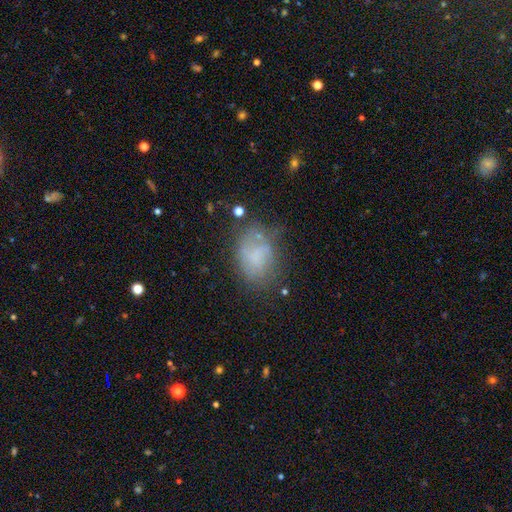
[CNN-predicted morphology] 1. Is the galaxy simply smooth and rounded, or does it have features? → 57% smooth, 31% featured or disk, 12% star or artifact.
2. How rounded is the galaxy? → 77% in between, 22% round, 1% cigar-shaped.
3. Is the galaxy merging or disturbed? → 45% none, 29% minor disturbance, 18% major disturbance, 8% merger.